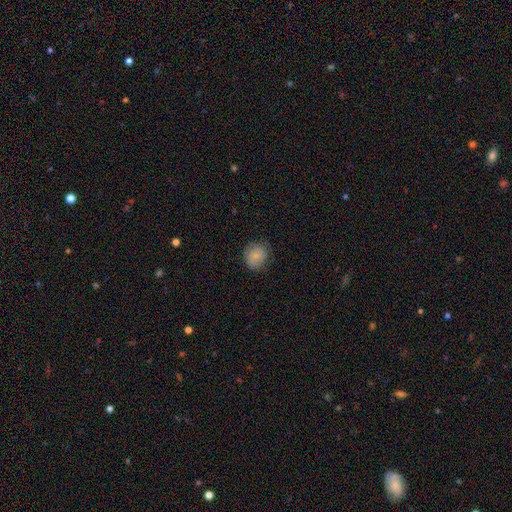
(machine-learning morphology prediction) Smooth or featured: smooth — 80% (featured or disk — 13%)
How rounded: round — 84% (in between — 15%)
Merging: none — 74% (minor disturbance — 20%)